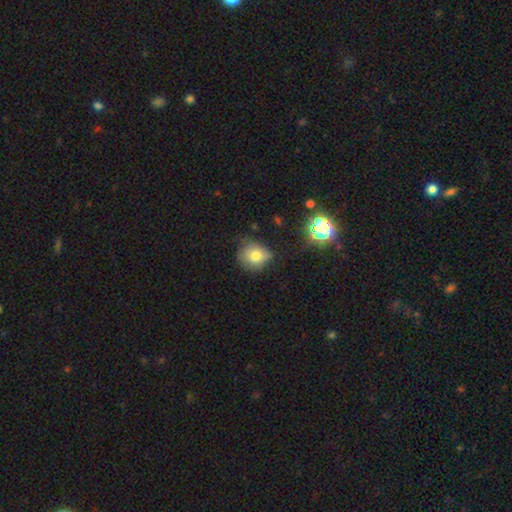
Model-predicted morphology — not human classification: Smooth or featured?
  - smooth: 73% *
  - star or artifact: 13%
  - featured or disk: 13%
How rounded?
  - round: 77% *
  - in between: 22%
  - cigar-shaped: 1%
Merging?
  - none: 57% *
  - minor disturbance: 31%
  - major disturbance: 9%
  - merger: 2%